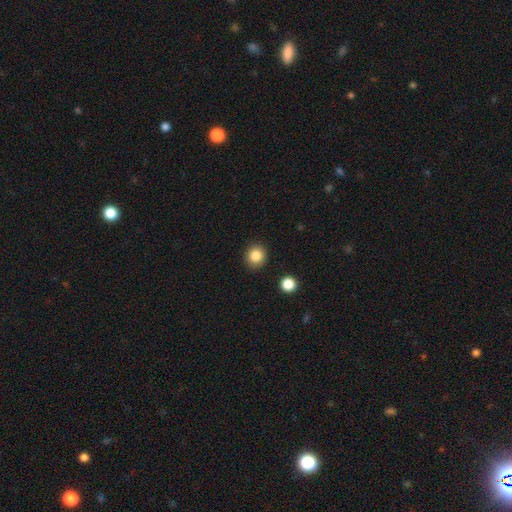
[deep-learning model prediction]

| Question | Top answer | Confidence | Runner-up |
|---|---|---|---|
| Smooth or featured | smooth | 85% | star or artifact (10%) |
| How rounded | round | 84% | in between (15%) |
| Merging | none | 89% | minor disturbance (7%) |